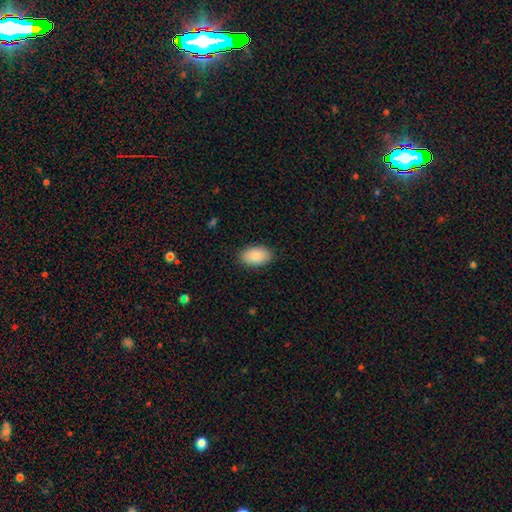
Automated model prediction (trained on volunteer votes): Q: Smooth or featured?
A: smooth (88%); runner-up: star or artifact (6%)
Q: How rounded?
A: in between (93%); runner-up: round (5%)
Q: Merging?
A: none (88%); runner-up: minor disturbance (9%)